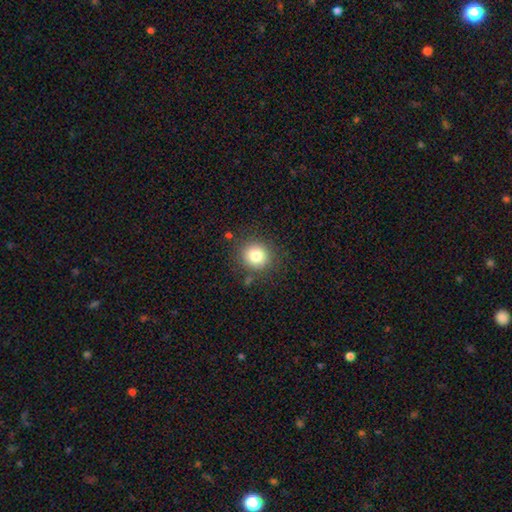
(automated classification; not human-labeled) A smooth galaxy with no disk features (81%) that is round (90%). Merging: none (85%).